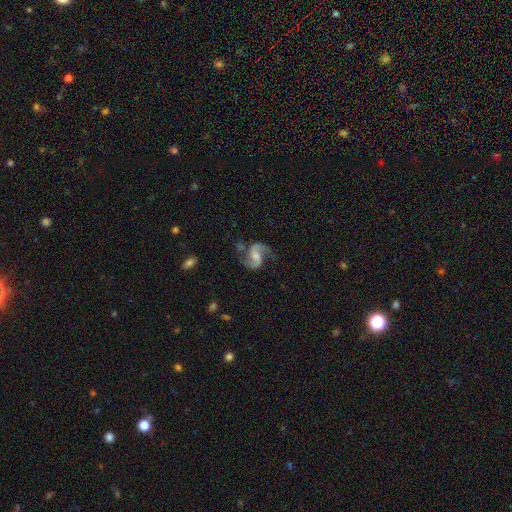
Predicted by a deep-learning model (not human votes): Overall: featured or disk (90%). Edge-on disk: no (98%). Bar: weak (47%; no 36%). Spiral arms: yes (97%). Spiral arm count: 2 (93%). Spiral winding: medium (48%; loose 43%). Bulge size: moderate (46%; small 29%). Merging: none (72%).